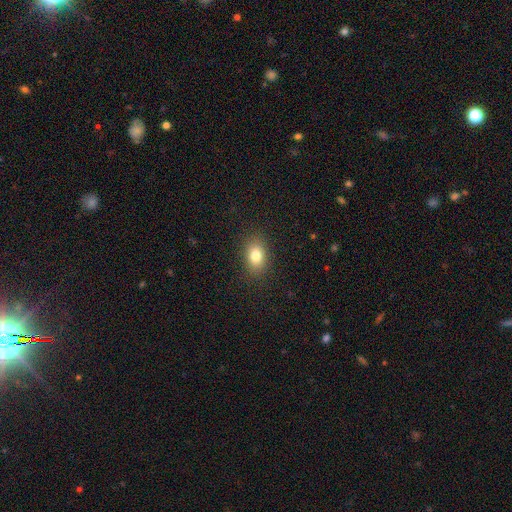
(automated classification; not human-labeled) Smooth or featured: smooth — 81% (star or artifact — 10%)
How rounded: in between — 76% (round — 23%)
Merging: none — 88% (minor disturbance — 9%)